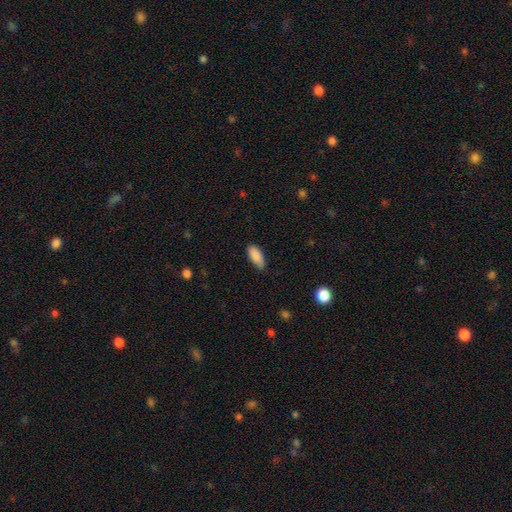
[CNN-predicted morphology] smooth 89%, star or artifact 6%, featured or disk 5%. Down the decision tree: how rounded — in between (86%); merging — none (80%).